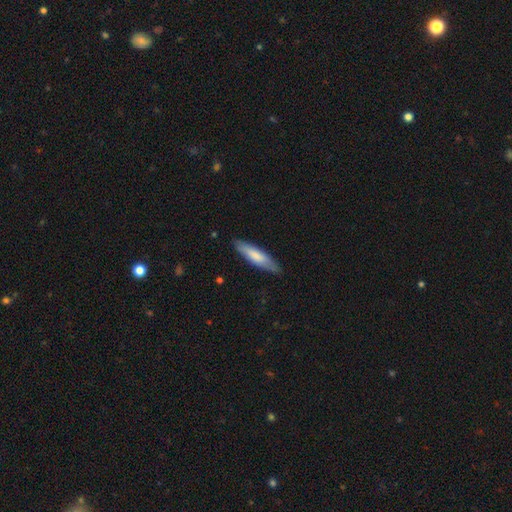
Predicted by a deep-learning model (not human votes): Overall: smooth (74%). How rounded: cigar-shaped (73%). Merging: none (84%).